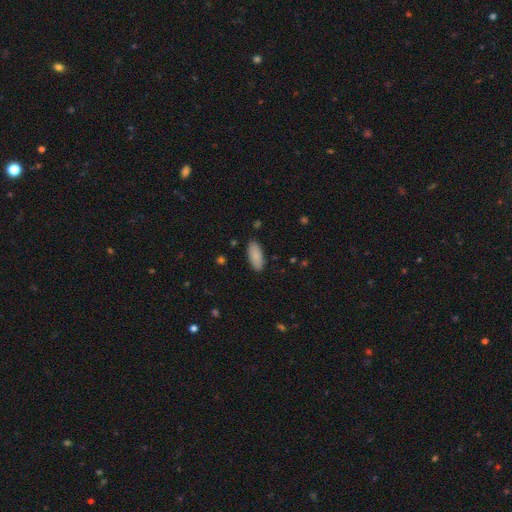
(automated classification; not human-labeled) This is clearly a smooth galaxy (86%). How rounded: clearly in between (84%). Merging: clearly none (87%).